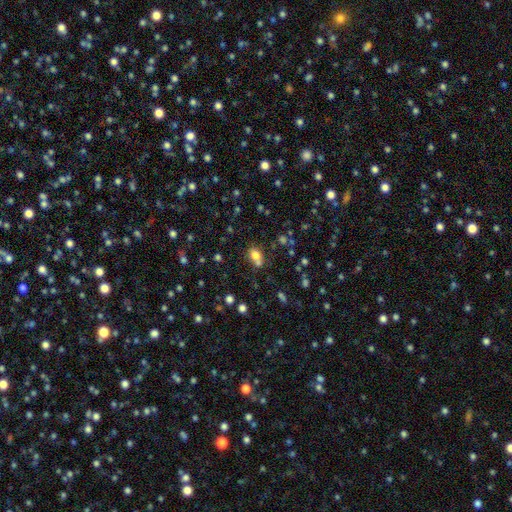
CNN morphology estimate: smooth_or_featured: smooth (p=0.76) [alt: star or artifact p=0.14]
how_rounded: in between (p=0.62) [alt: round p=0.36]
merging: none (p=0.50) [alt: merger p=0.31]